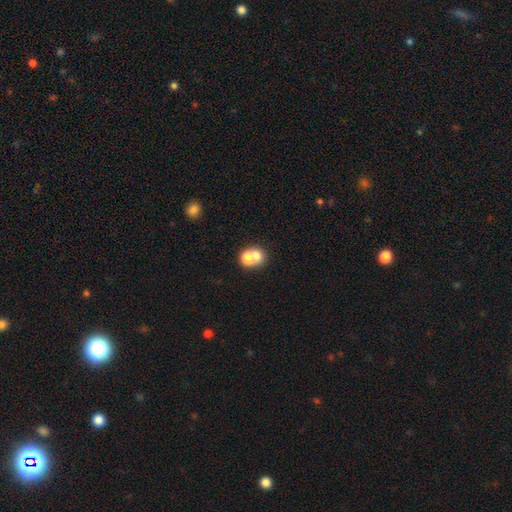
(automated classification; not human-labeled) Morphology: type=smooth (69%); roundness=round (71%); merging=merger (60%).